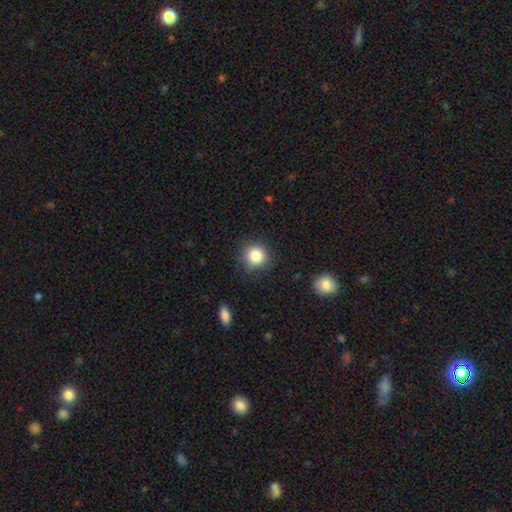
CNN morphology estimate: A smooth galaxy with no disk features (84%) that is round (91%). Merging: none (84%).